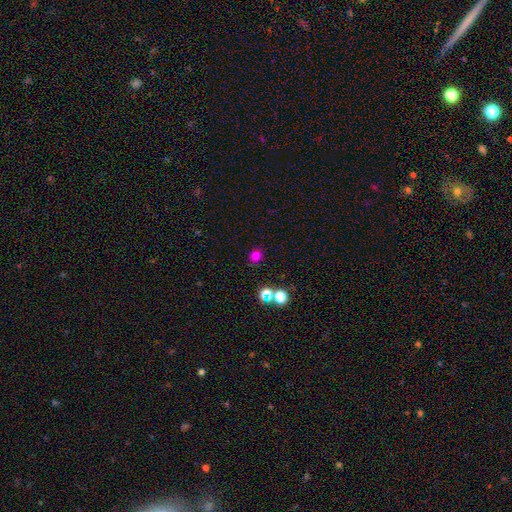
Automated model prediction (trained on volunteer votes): smooth 74%, star or artifact 21%, featured or disk 5%. Down the decision tree: how rounded — round (80%); merging — none (84%).